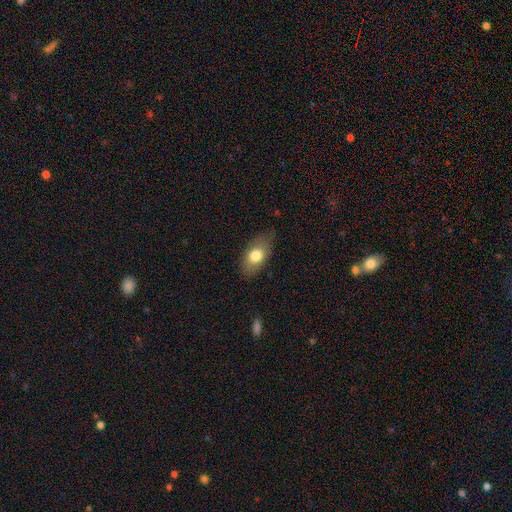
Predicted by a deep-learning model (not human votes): A smooth galaxy with no disk features (75%) that is in between round and cigar-shaped (88%).

Vote fractions:
- Smooth or featured? smooth: 75% / featured or disk: 18% / star or artifact: 7%
- How rounded? in between: 88% / round: 8% / cigar-shaped: 4%
- Merging? none: 74% / minor disturbance: 19% / major disturbance: 5% / merger: 1%